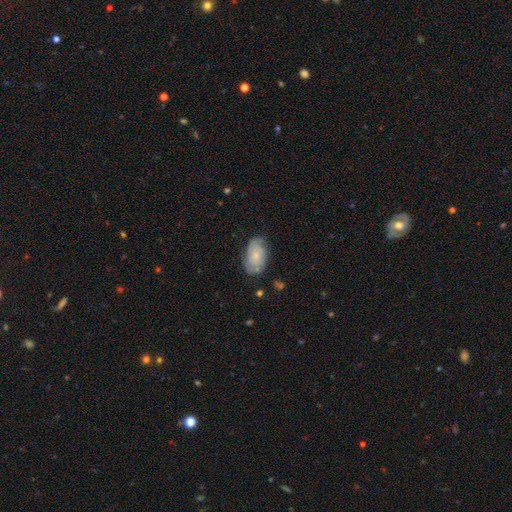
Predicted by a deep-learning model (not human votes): smooth 49%, featured or disk 44%, star or artifact 7%. Down the decision tree: merging — none (70%).